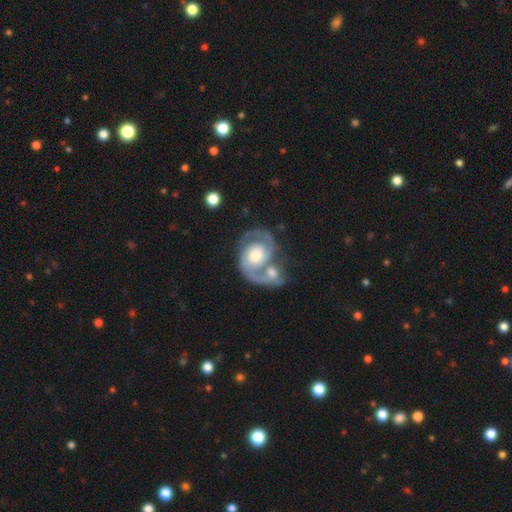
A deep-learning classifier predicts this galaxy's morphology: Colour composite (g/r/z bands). It shows a featured or disk galaxy (89%) with no bar (64%), 2 (89%) medium (50%) spiral arms (96%) and a moderate central bulge (58%). Merging: merger (48%).